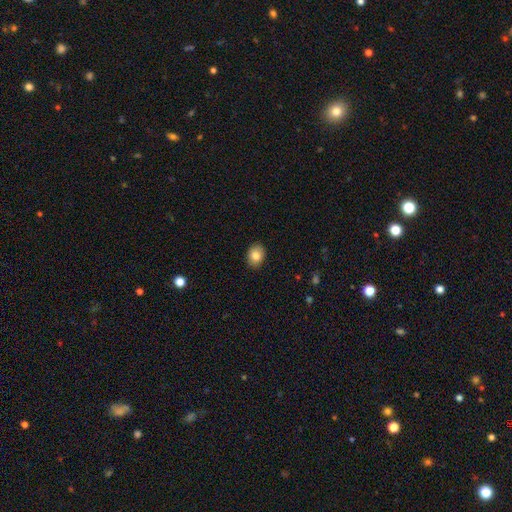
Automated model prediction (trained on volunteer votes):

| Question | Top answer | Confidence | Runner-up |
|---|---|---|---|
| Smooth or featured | smooth | 83% | featured or disk (9%) |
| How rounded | in between | 59% | round (40%) |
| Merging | none | 88% | minor disturbance (9%) |